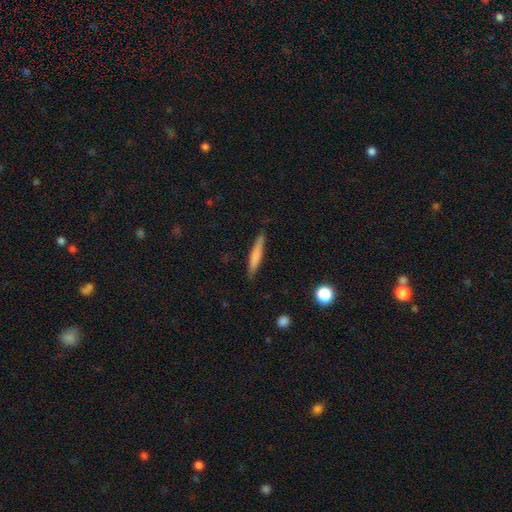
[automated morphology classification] type=smooth (70%); roundness=cigar-shaped (93%); merging=none (85%).